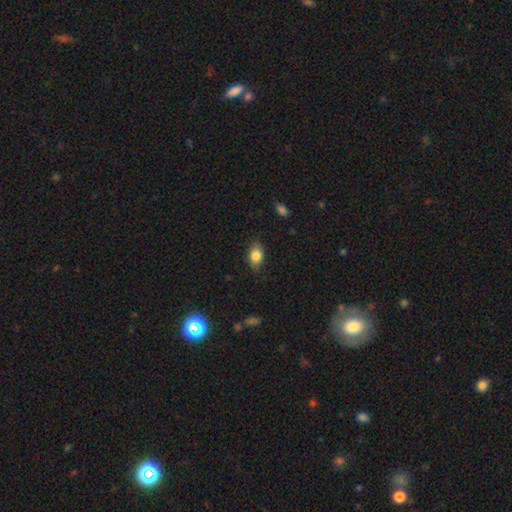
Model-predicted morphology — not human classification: A smooth galaxy with no disk features (79%) that is in between round and cigar-shaped (78%). Merging: none (81%).